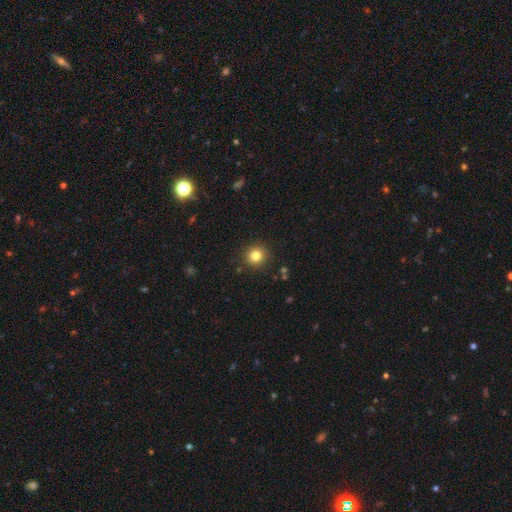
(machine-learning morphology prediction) type=smooth (82%); roundness=round (91%); merging=none (90%).